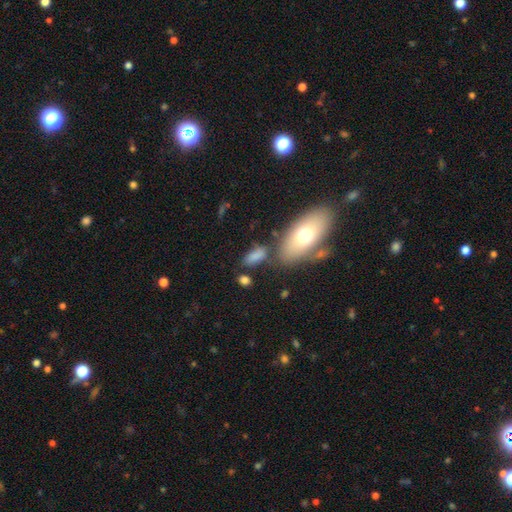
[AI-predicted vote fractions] smooth 78%, featured or disk 12%, star or artifact 10%. Down the decision tree: how rounded — in between (84%); merging — none (57%).